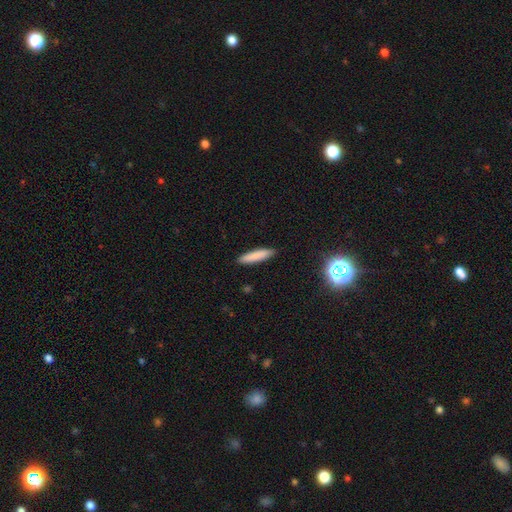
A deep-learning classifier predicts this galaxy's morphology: A smooth galaxy with no disk features (85%) that is cigar-shaped (80%).

Vote fractions:
- Smooth or featured? smooth: 85% / featured or disk: 9% / star or artifact: 7%
- How rounded? cigar-shaped: 80% / in between: 19% / round: 1%
- Merging? none: 90% / minor disturbance: 7% / major disturbance: 2% / merger: 1%